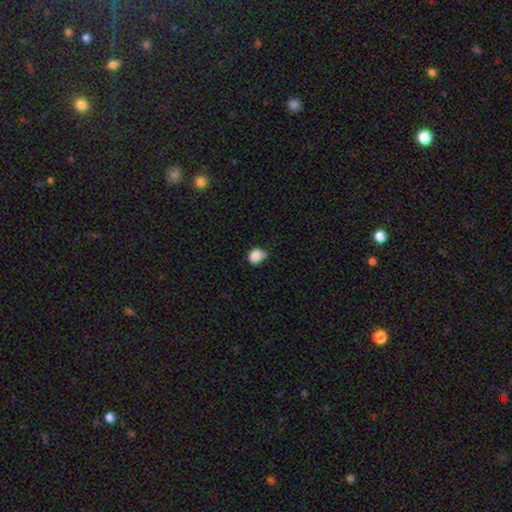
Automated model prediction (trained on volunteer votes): Smooth or featured? Predicted: smooth (p=0.86). How rounded? Predicted: round (p=0.73). Merging? Predicted: none (p=0.51).